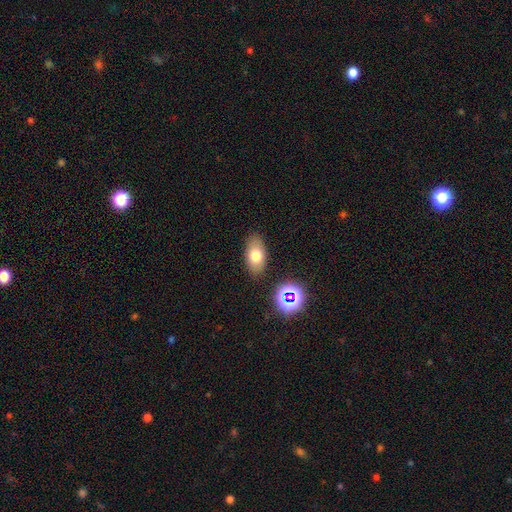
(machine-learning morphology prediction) type=smooth (74%); roundness=in between (90%); merging=none (84%).